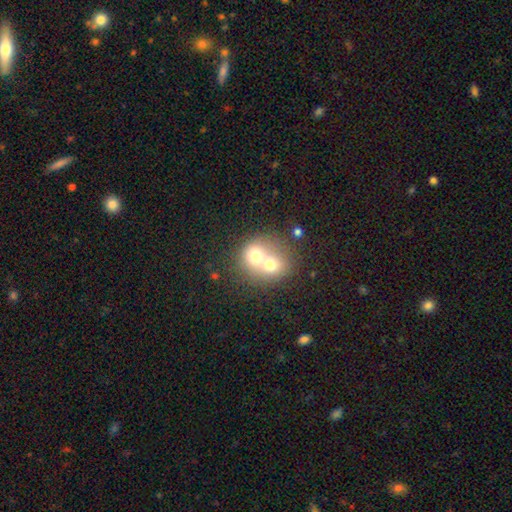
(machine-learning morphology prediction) Q: Smooth or featured?
A: smooth (65%); runner-up: featured or disk (25%)
Q: How rounded?
A: round (70%); runner-up: in between (30%)
Q: Merging?
A: merger (74%); runner-up: none (19%)